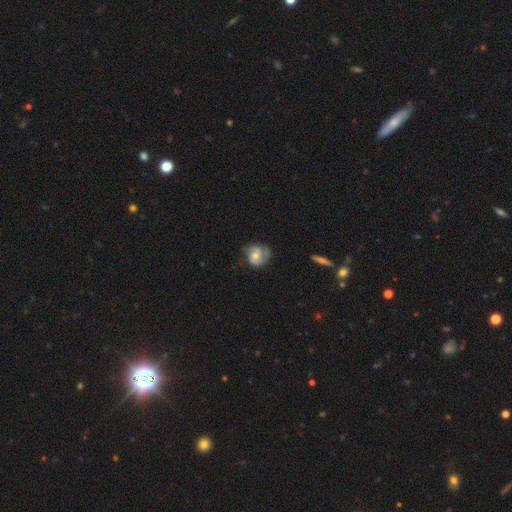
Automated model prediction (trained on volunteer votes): Q: Smooth or featured?
A: featured or disk (67%); runner-up: smooth (27%)
Q: Edge-on disk?
A: no (97%); runner-up: yes (3%)
Q: Bar?
A: no (66%); runner-up: weak (28%)
Q: Spiral arms?
A: yes (91%); runner-up: no (9%)
Q: Spiral winding?
A: medium (43%); runner-up: tight (38%)
Q: Spiral arm count?
A: 2 (63%); runner-up: can't tell (13%)
Q: Bulge size?
A: moderate (55%); runner-up: small (38%)
Q: Merging?
A: none (60%); runner-up: minor disturbance (25%)